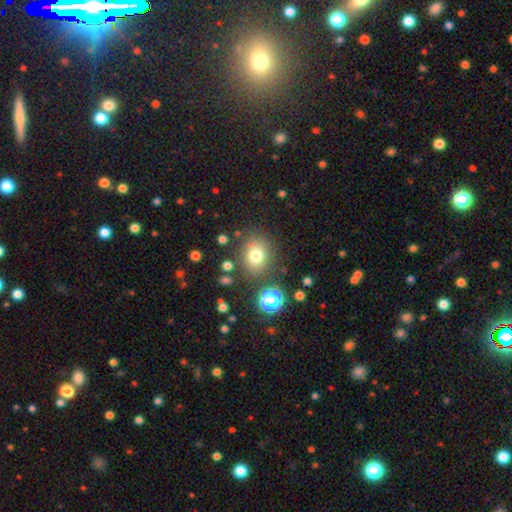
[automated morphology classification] Smooth or featured? Predicted: smooth (p=0.74). How rounded? Predicted: round (p=0.63). Merging? Predicted: none (p=0.80).